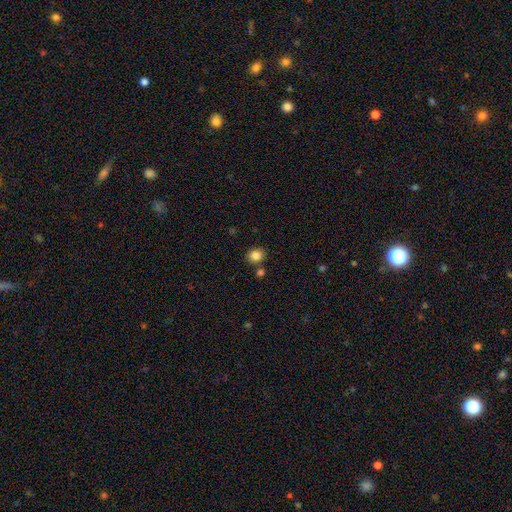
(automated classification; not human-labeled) Smooth or featured: smooth — 85% (star or artifact — 11%)
How rounded: round — 76% (in between — 23%)
Merging: none — 80% (minor disturbance — 9%)